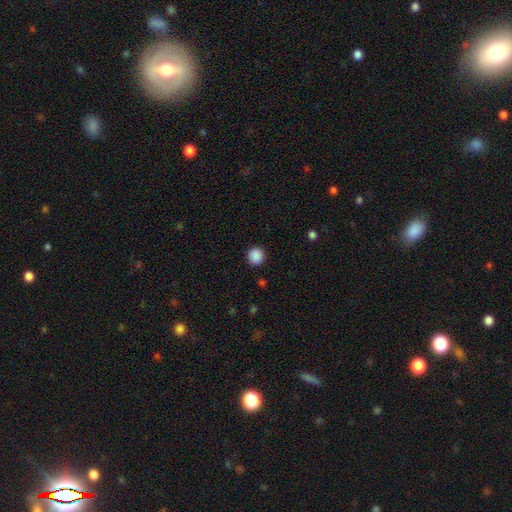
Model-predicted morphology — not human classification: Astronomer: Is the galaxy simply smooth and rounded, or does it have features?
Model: smooth — 88%.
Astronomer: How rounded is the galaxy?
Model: round — 93%.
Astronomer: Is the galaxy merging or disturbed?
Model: none — 91%.